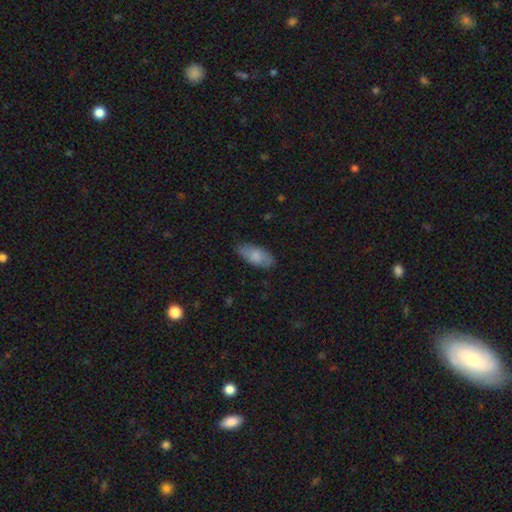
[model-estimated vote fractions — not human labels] Smooth or featured: smooth — 79% (featured or disk — 15%)
How rounded: in between — 90% (cigar-shaped — 8%)
Merging: none — 79% (minor disturbance — 17%)